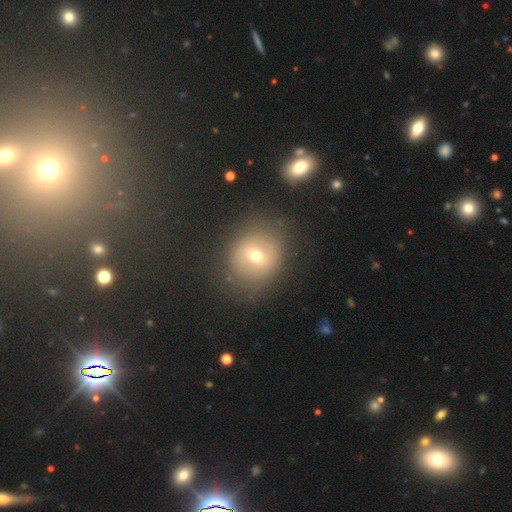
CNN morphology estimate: A smooth galaxy with no disk features (58%) that is round (73%). Merging: none (78%).